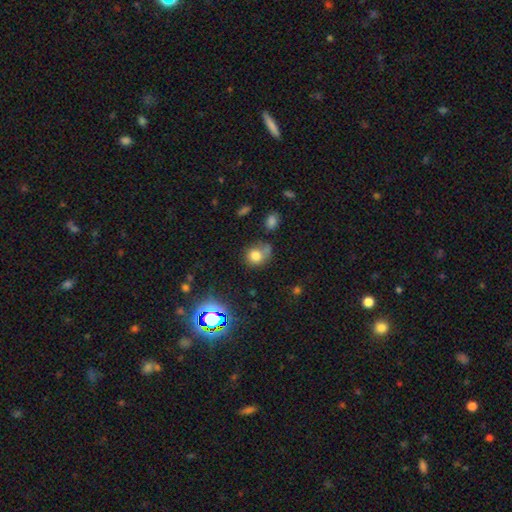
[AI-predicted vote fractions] smooth-or-featured: smooth: 73% | star or artifact: 16% | featured or disk: 11%
  how-rounded: round: 69% | in between: 30% | cigar-shaped: 1%
  merging: none: 48% | minor disturbance: 25% | major disturbance: 14% | merger: 14%